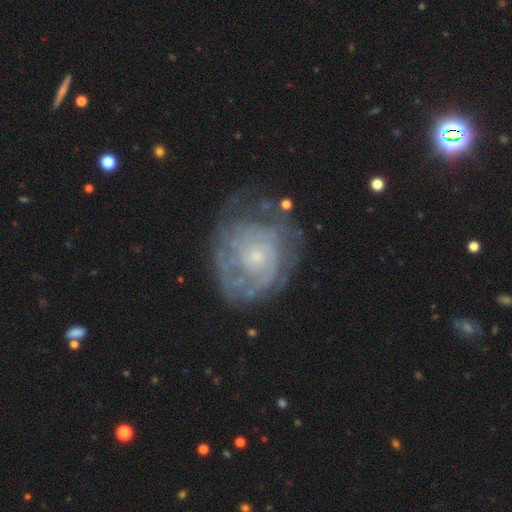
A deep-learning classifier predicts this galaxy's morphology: A featured or disk galaxy (76%) with no bar (80%), tight (65%) spiral arms (81%) and a small central bulge (70%).

Vote fractions:
- Smooth or featured? featured or disk: 76% / smooth: 16% / star or artifact: 8%
- Edge-on disk? no: 97% / yes: 3%
- Bar? no: 80% / weak: 18% / strong: 3%
- Spiral arms? yes: 81% / no: 19%
- Spiral winding? tight: 65% / medium: 26% / loose: 9%
- Spiral arm count? can't tell: 53% / 2: 17% / 3: 11% / 4: 7% / 1: 6% / more than 4: 5%
- Bulge size? small: 70% / moderate: 23% / none: 4% / large: 2% / dominant: 1%
- Merging? none: 62% / minor disturbance: 22% / major disturbance: 13% / merger: 2%